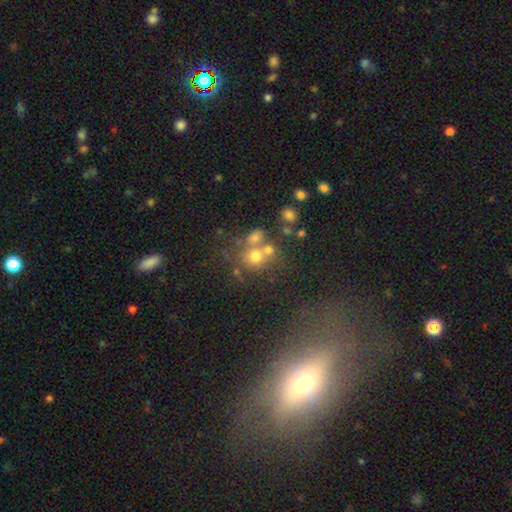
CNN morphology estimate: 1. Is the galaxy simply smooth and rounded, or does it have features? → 63% smooth, 20% star or artifact, 18% featured or disk.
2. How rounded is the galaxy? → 80% round, 19% in between, 1% cigar-shaped.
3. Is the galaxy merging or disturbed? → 47% none, 36% merger, 10% minor disturbance, 7% major disturbance.